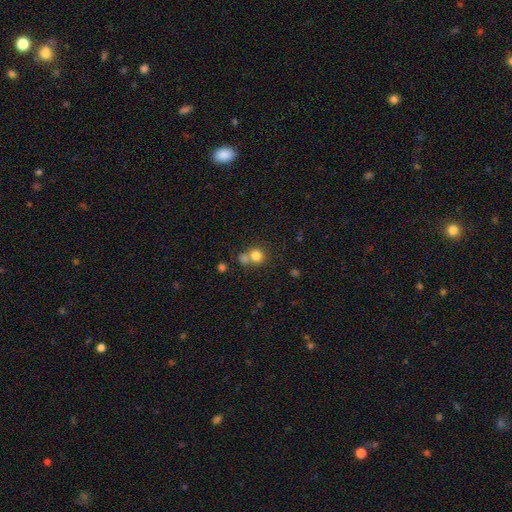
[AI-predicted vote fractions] A smooth galaxy with no disk features (79%) that is round (84%).

Vote fractions:
- Smooth or featured? smooth: 79% / star or artifact: 12% / featured or disk: 8%
- How rounded? round: 84% / in between: 15% / cigar-shaped: 1%
- Merging? none: 50% / merger: 36% / minor disturbance: 9% / major disturbance: 4%